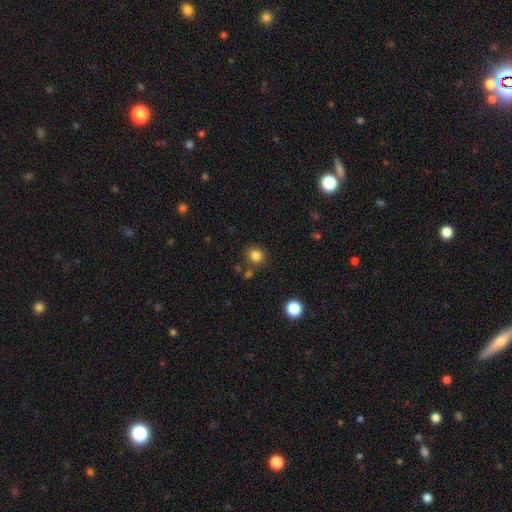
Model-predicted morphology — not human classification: Smooth or featured? smooth (83%)
How rounded? round (89%)
Merging? none (82%)